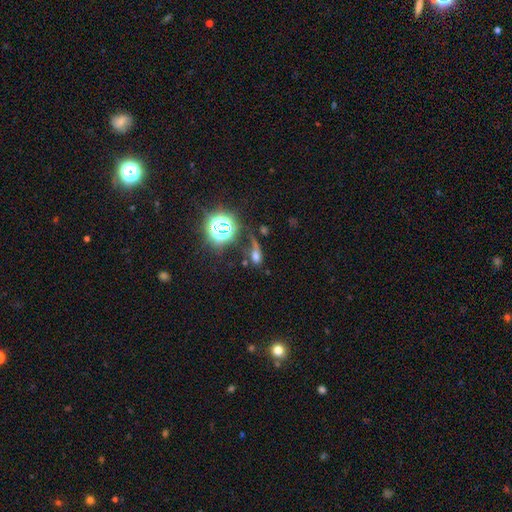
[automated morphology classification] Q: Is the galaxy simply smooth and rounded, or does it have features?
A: smooth — 47%.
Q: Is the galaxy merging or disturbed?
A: none — 37%.